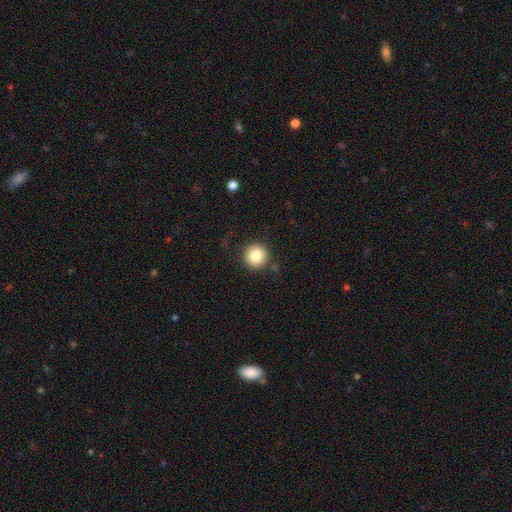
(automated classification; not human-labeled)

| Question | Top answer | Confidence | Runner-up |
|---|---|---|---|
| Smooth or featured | smooth | 84% | star or artifact (9%) |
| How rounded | round | 96% | in between (3%) |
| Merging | none | 86% | minor disturbance (8%) |